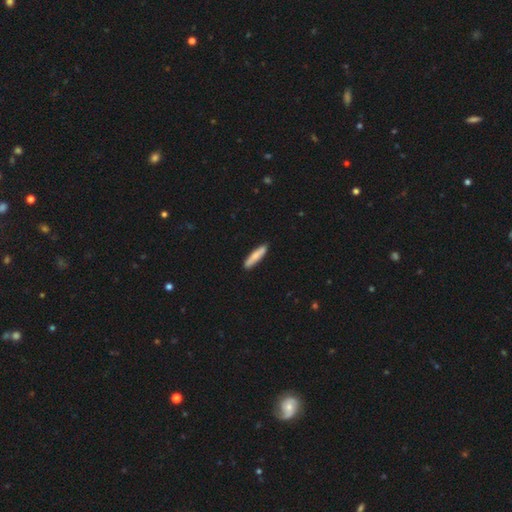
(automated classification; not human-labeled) The model was most divided on "smooth or featured": smooth: 79%, featured or disk: 16%, star or artifact: 5%. More confident: merging — none (89%); how rounded — cigar-shaped (84%).